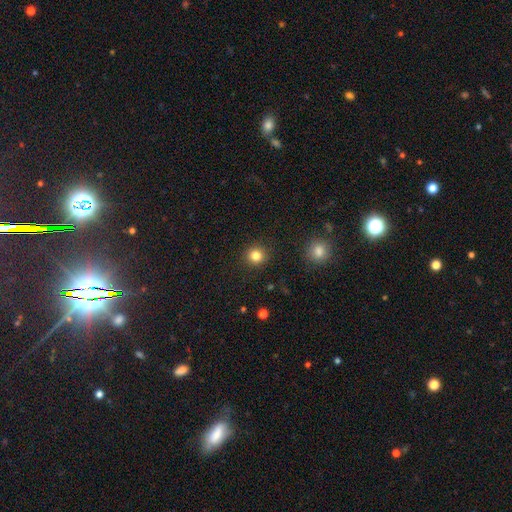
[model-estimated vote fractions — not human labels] Smooth or featured: smooth — 83% (star or artifact — 12%)
How rounded: round — 92% (in between — 7%)
Merging: none — 92% (minor disturbance — 5%)